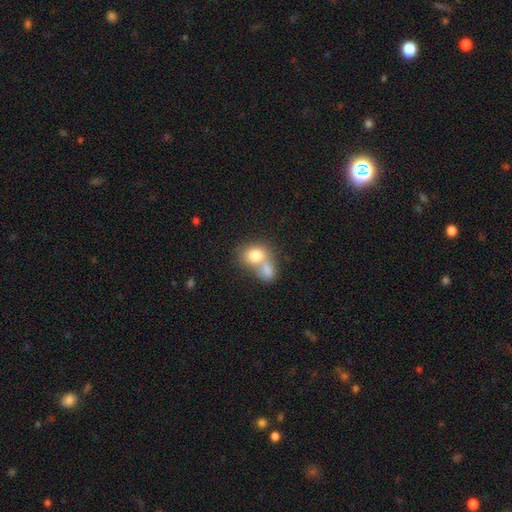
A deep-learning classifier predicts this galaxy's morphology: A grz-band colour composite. It shows a smooth galaxy with no disk features (77%) that is round (52%). Merging: merger (63%).